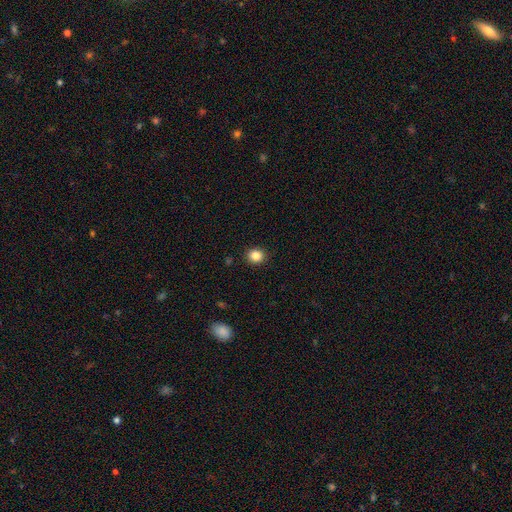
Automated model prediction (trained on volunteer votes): This is clearly a smooth galaxy (85%). How rounded: clearly round (80%). Merging: clearly none (91%).